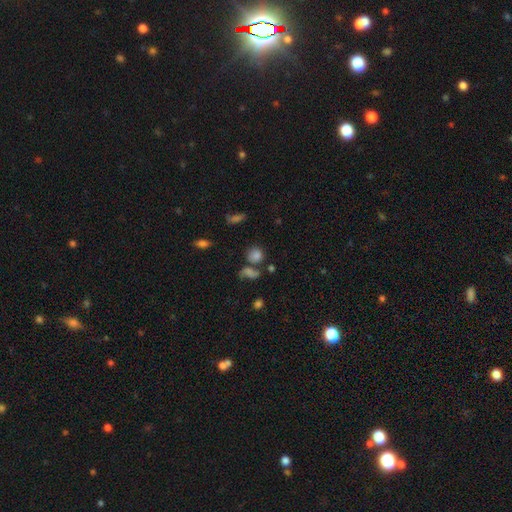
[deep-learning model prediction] A smooth galaxy with no disk features (72%) that is round (76%).

Vote fractions:
- Smooth or featured? smooth: 72% / star or artifact: 15% / featured or disk: 13%
- How rounded? round: 76% / in between: 22% / cigar-shaped: 2%
- Merging? none: 48% / merger: 29% / minor disturbance: 14% / major disturbance: 9%